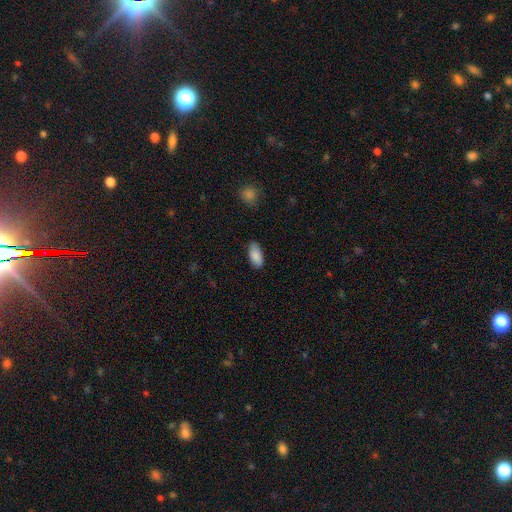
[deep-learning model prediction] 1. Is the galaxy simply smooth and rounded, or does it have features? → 88% smooth, 6% star or artifact, 5% featured or disk.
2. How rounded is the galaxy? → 91% in between, 7% cigar-shaped, 2% round.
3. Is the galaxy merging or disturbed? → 82% none, 14% minor disturbance, 3% major disturbance, 1% merger.